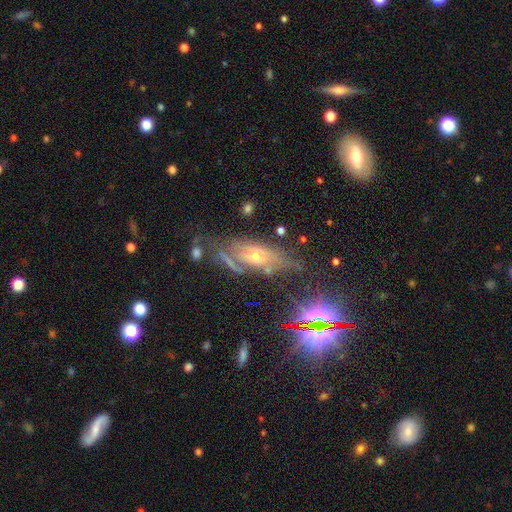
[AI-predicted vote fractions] smooth_or_featured: featured or disk (p=0.57) [alt: smooth p=0.27]
disk_edge_on: no (p=0.54) [alt: yes p=0.46]
merging: none (p=0.53) [alt: minor disturbance p=0.23]